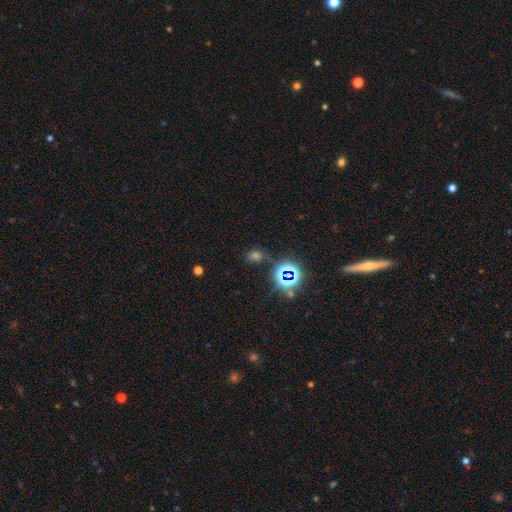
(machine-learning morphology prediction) type=star or artifact (53%).